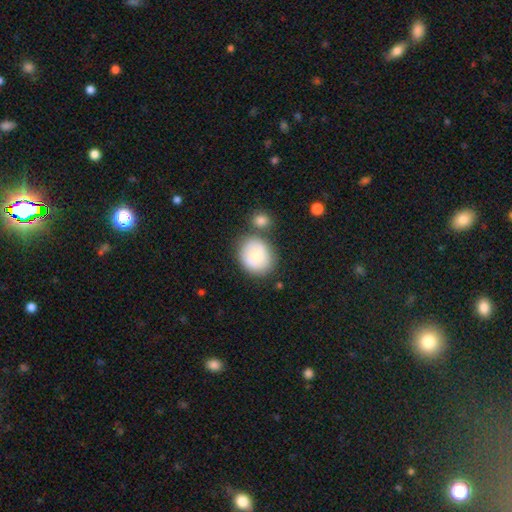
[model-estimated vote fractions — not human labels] A smooth galaxy with no disk features (69%) that is round (74%). Merging: none (62%).